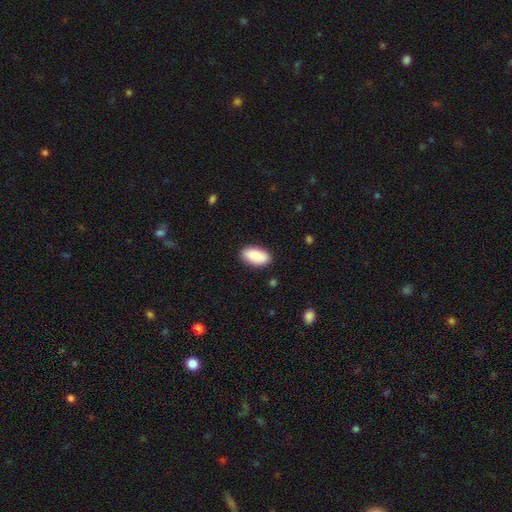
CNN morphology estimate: Smooth or featured: smooth — 86% (featured or disk — 8%)
How rounded: in between — 92% (cigar-shaped — 5%)
Merging: none — 86% (minor disturbance — 10%)